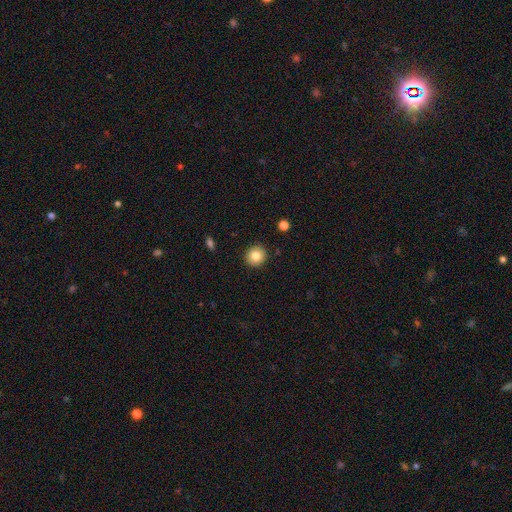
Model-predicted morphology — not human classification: Smooth or featured: smooth — 82% (star or artifact — 10%)
How rounded: round — 91% (in between — 8%)
Merging: none — 92% (minor disturbance — 6%)